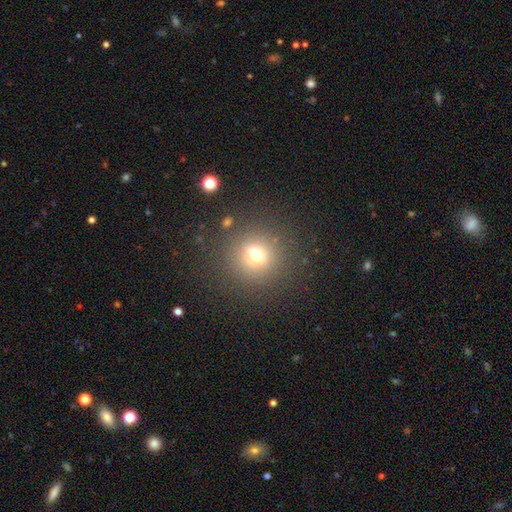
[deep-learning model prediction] Smooth or featured? smooth (68%)
How rounded? round (93%)
Merging? none (86%)